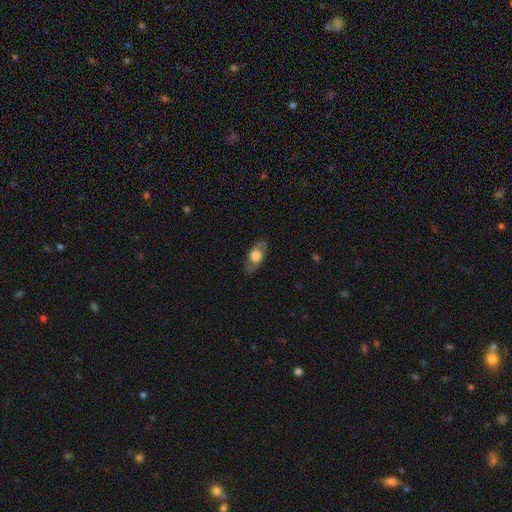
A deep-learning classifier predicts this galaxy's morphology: This is possibly a smooth galaxy (57%). How rounded: clearly in between (82%). Merging: likely none (79%).